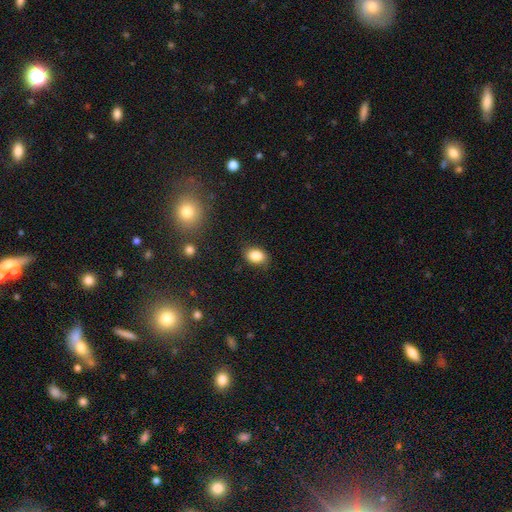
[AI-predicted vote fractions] The model was most divided on "how rounded": in between: 76%, round: 23%, cigar-shaped: 1%. More confident: smooth or featured — smooth (86%); merging — none (78%).